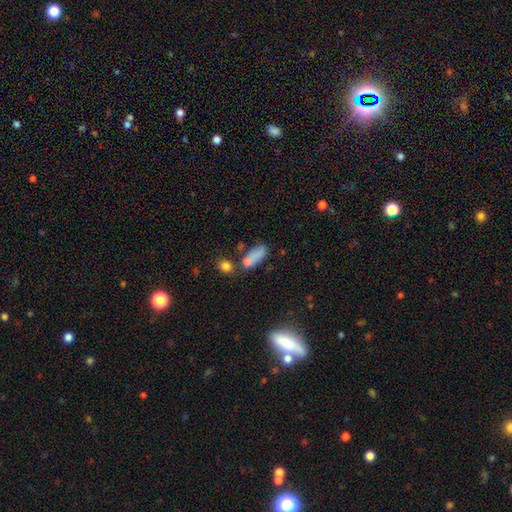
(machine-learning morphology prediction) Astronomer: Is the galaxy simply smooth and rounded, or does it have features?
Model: smooth — 78%.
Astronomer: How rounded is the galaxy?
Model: in between — 74%.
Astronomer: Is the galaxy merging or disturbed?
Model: none — 45% (runner-up: merger, 24%).